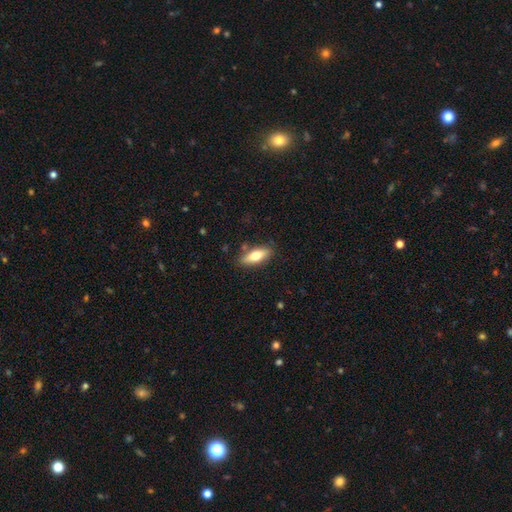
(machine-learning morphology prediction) Overall: smooth (66%; featured or disk 28%). How rounded: in between (68%; cigar-shaped 30%). Merging: none (85%).